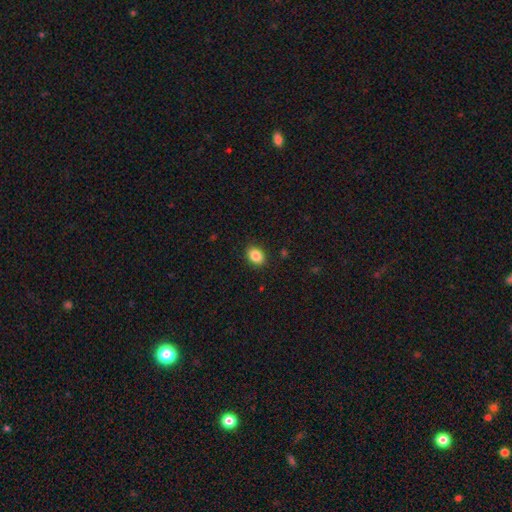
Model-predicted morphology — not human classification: Smooth or featured?
  - smooth: 87% *
  - star or artifact: 9%
  - featured or disk: 4%
How rounded?
  - in between: 66% *
  - round: 33%
  - cigar-shaped: 1%
Merging?
  - none: 89% *
  - minor disturbance: 8%
  - major disturbance: 2%
  - merger: 1%